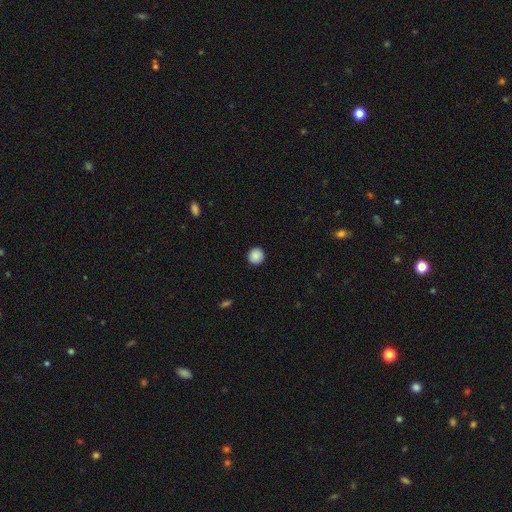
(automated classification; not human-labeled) Smooth or featured? Predicted: smooth (p=0.88). How rounded? Predicted: round (p=0.94). Merging? Predicted: none (p=0.92).